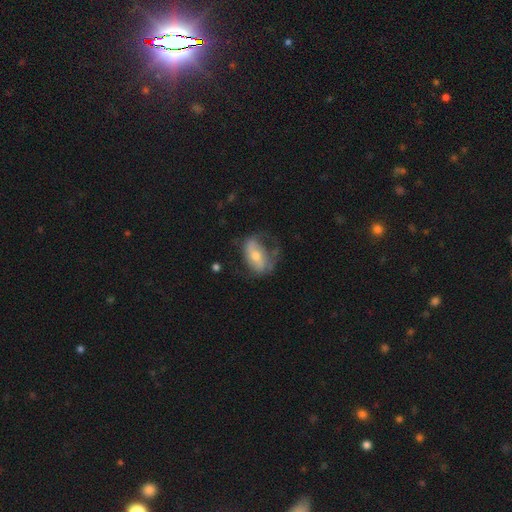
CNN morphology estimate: This appears to be a featured or disk galaxy (51%). Merging: none (43%).